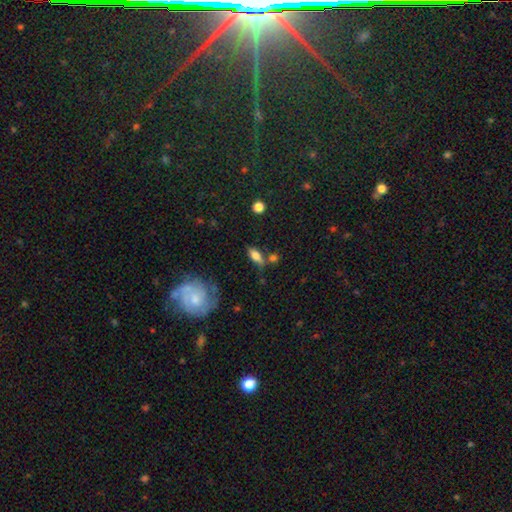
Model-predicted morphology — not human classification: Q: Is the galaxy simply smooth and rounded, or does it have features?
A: smooth — 69%.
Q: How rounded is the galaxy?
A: in between — 74%.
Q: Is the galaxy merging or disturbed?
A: none — 60%.